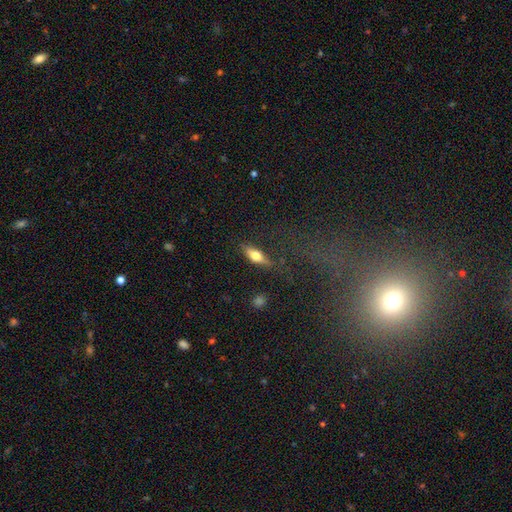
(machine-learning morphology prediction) Smooth or featured? smooth (57%)
How rounded? in between (57%)
Merging? none (82%)